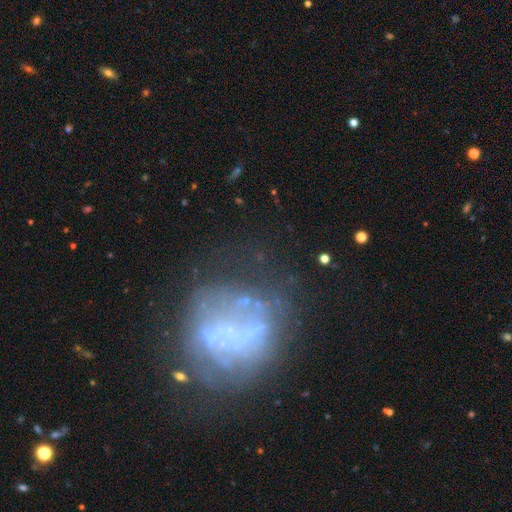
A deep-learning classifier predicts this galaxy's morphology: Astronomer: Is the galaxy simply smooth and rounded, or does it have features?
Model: featured or disk — 53%.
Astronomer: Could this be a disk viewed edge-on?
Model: no — 95%.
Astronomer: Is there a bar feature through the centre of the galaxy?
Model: no — 79%.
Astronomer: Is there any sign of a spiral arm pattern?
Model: no — 89%.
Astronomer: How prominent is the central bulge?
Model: none — 71%.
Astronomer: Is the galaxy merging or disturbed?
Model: none — 49%.